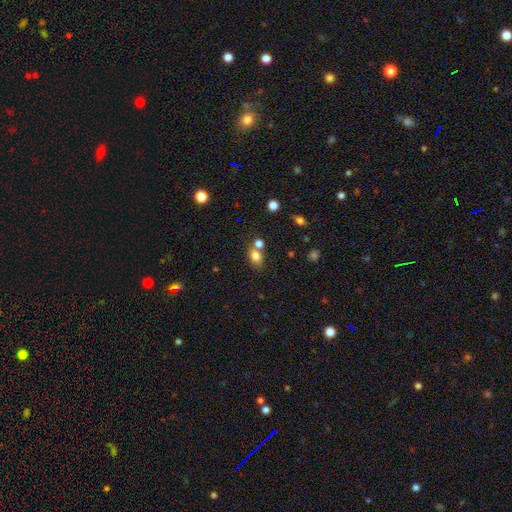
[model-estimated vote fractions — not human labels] Q: Smooth or featured?
A: smooth (79%); runner-up: star or artifact (13%)
Q: How rounded?
A: in between (66%); runner-up: round (33%)
Q: Merging?
A: none (56%); runner-up: merger (29%)